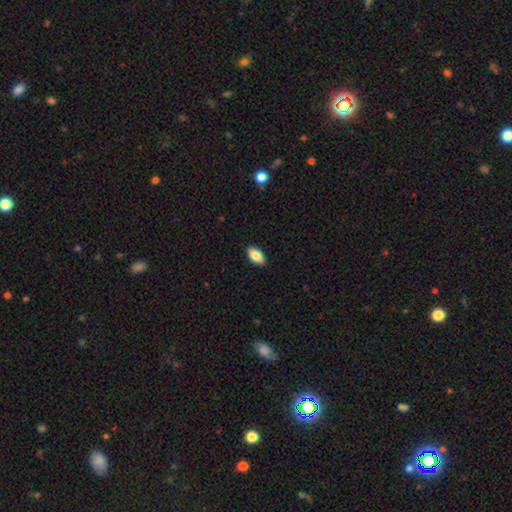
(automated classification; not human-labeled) A smooth galaxy with no disk features (85%) that is in between round and cigar-shaped (93%).

Vote fractions:
- Smooth or featured? smooth: 85% / featured or disk: 8% / star or artifact: 7%
- How rounded? in between: 93% / round: 4% / cigar-shaped: 3%
- Merging? none: 90% / minor disturbance: 7% / major disturbance: 2% / merger: 1%